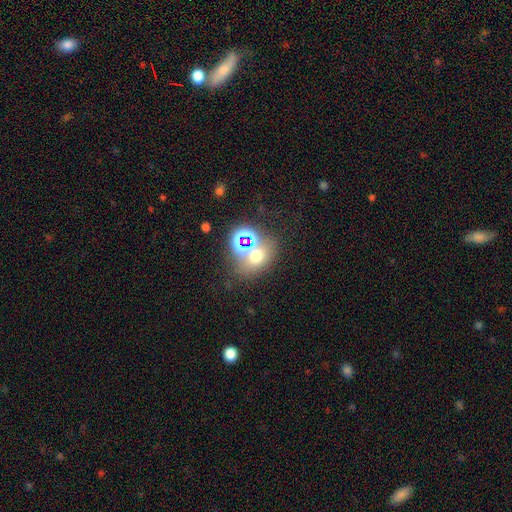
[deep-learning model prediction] Q: Smooth or featured?
A: smooth (54%); runner-up: star or artifact (32%)
Q: How rounded?
A: in between (50%); runner-up: round (49%)
Q: Merging?
A: none (57%); runner-up: merger (26%)